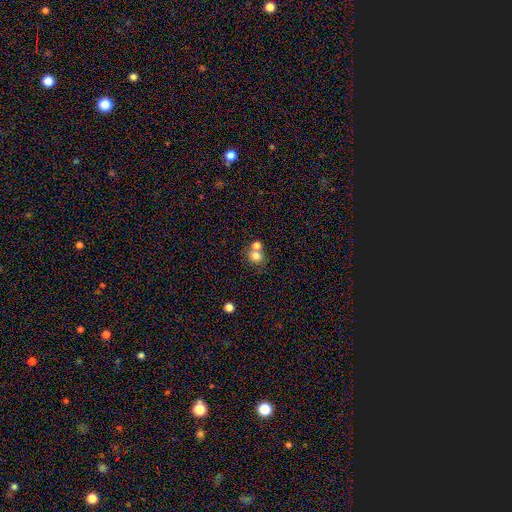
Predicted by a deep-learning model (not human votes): Smooth or featured? smooth (77%)
How rounded? round (69%)
Merging? merger (46%)